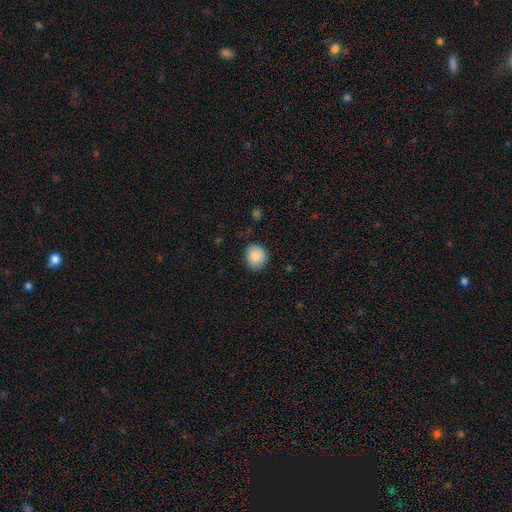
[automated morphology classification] A smooth galaxy with no disk features (88%) that is round (73%). Merging: none (83%).